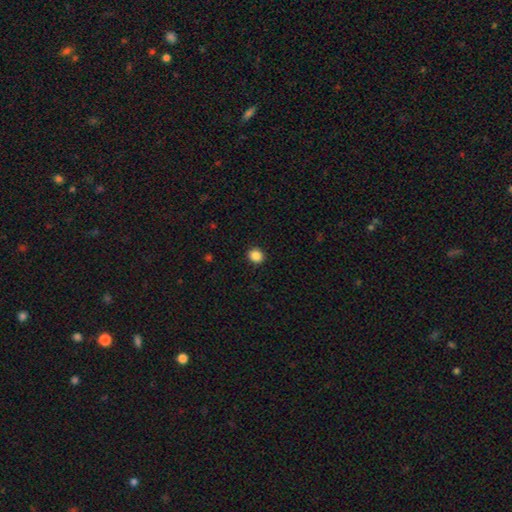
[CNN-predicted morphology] type=smooth (87%); roundness=round (78%); merging=none (91%).